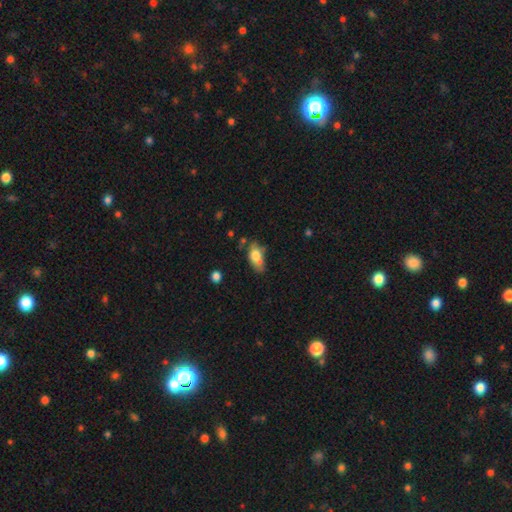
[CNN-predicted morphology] Overall: smooth (67%). How rounded: in between (84%). Merging: none (41%; minor disturbance 31%).